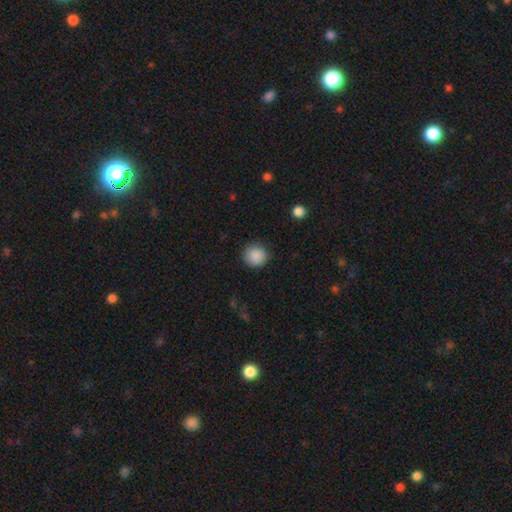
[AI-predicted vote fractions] smooth_or_featured: smooth (p=0.89) [alt: star or artifact p=0.08]
how_rounded: round (p=0.93) [alt: in between p=0.06]
merging: none (p=0.89) [alt: minor disturbance p=0.07]